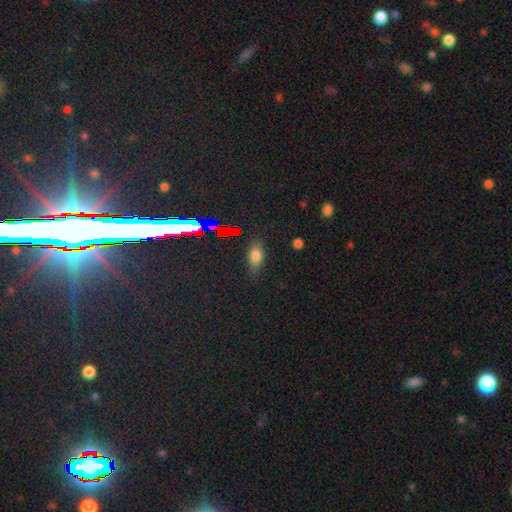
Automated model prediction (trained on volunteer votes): Morphology: type=smooth (70%); roundness=in between (82%); merging=none (82%).